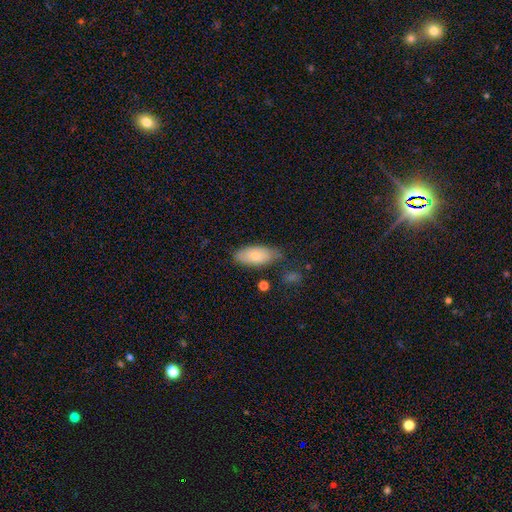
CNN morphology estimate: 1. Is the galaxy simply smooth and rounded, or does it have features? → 72% smooth, 21% featured or disk, 6% star or artifact.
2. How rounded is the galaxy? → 89% in between, 8% cigar-shaped, 3% round.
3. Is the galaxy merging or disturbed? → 64% none, 26% minor disturbance, 6% major disturbance, 3% merger.